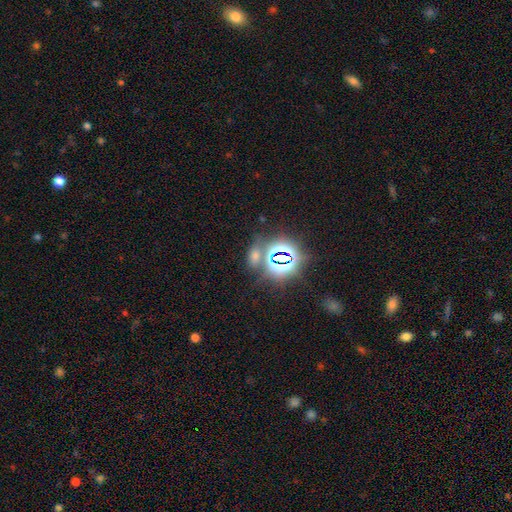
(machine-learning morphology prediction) This is likely a star or artifact rather than a galaxy (76%).